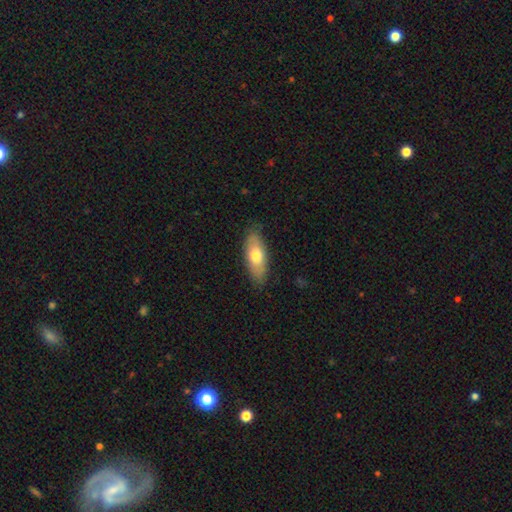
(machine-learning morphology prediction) Smooth or featured? Predicted: smooth (p=0.68). How rounded? Predicted: in between (p=0.74). Merging? Predicted: none (p=0.83).